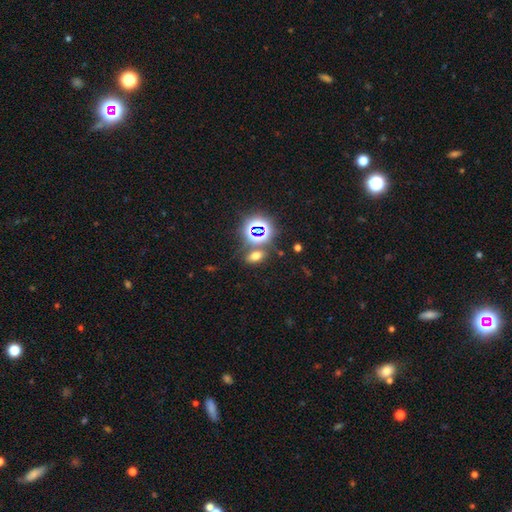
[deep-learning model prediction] Smooth or featured: smooth — 58% (star or artifact — 32%)
How rounded: in between — 77% (round — 19%)
Merging: none — 74% (merger — 12%)